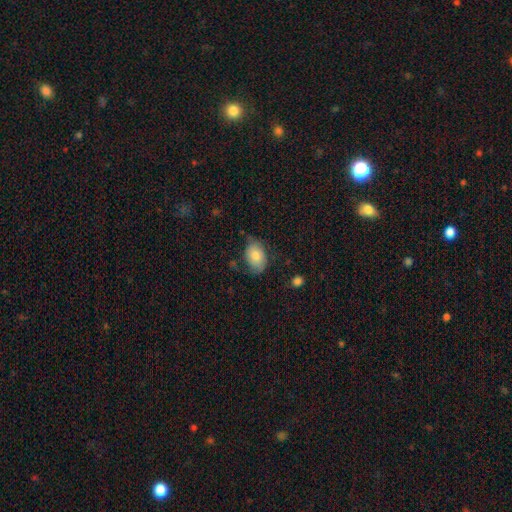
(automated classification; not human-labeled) Morphology: type=smooth (74%); roundness=in between (81%); merging=none (62%).